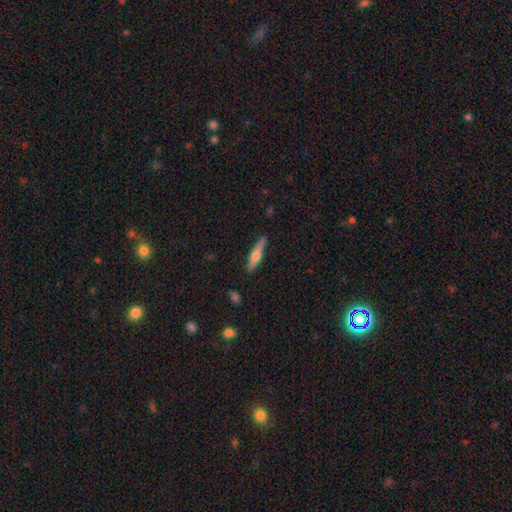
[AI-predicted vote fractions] A featured or disk galaxy (50%). Merging: none (87%).